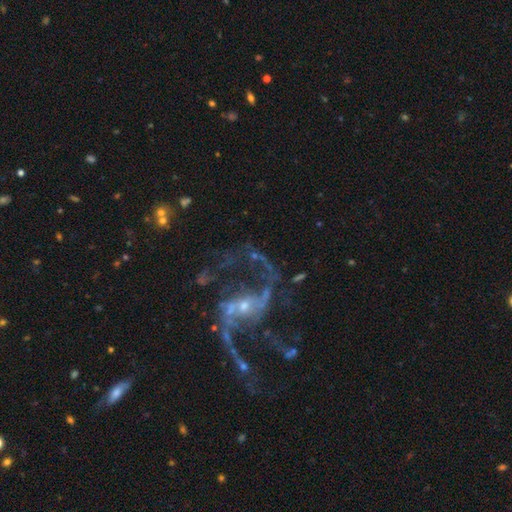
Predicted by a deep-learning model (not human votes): This appears to be a featured or disk galaxy (89%) with a weak bar (41%), 2 (91%) loose (72%) spiral arms (97%) and a small central bulge (69%). Merging: none (61%).